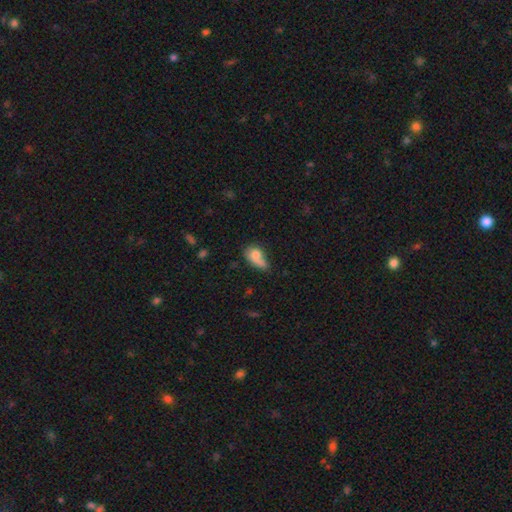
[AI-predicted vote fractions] smooth-or-featured: smooth: 73% | featured or disk: 17% | star or artifact: 10%
  how-rounded: in between: 69% | round: 26% | cigar-shaped: 5%
  merging: none: 28% | merger: 27% | minor disturbance: 24% | major disturbance: 21%